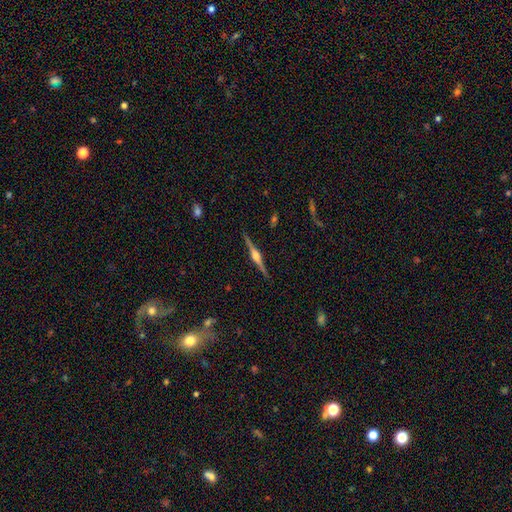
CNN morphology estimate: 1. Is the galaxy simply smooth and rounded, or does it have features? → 86% featured or disk, 9% smooth, 5% star or artifact.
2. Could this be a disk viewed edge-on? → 99% yes, 1% no.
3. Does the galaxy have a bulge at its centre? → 92% rounded, 6% boxy, 2% none.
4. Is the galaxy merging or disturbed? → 91% none, 6% minor disturbance, 1% major disturbance, 1% merger.